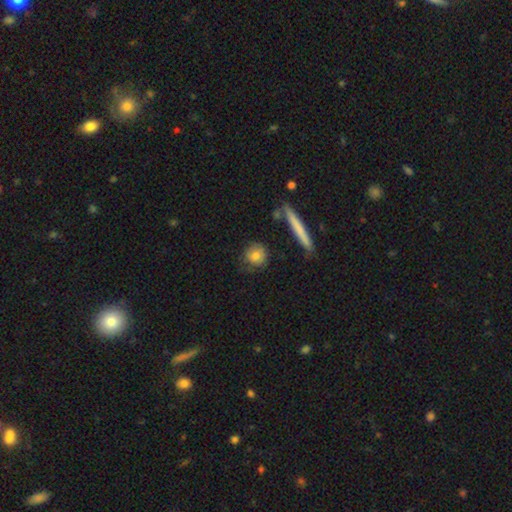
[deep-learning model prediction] A smooth galaxy with no disk features (73%) that is round (81%). Merging: none (73%).